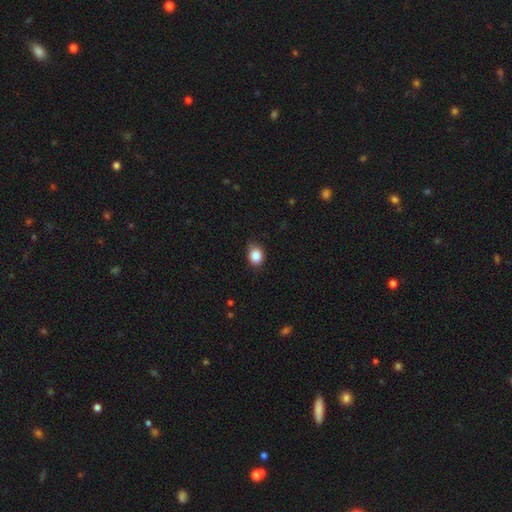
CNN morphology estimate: Smooth or featured: smooth — 86% (star or artifact — 9%)
How rounded: in between — 53% (round — 46%)
Merging: none — 79% (minor disturbance — 17%)